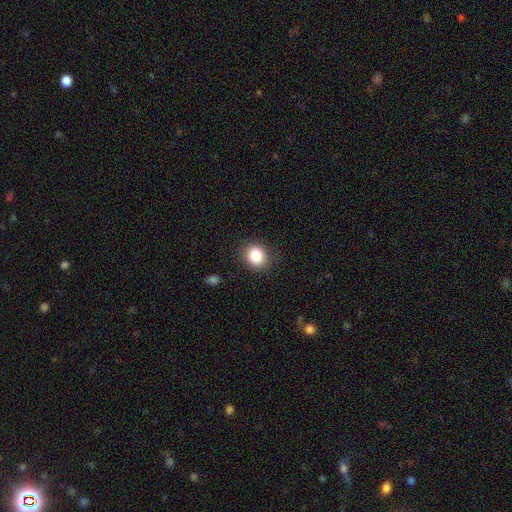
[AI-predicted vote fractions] This is clearly a smooth galaxy (86%). How rounded: likely round (74%). Merging: clearly none (85%).